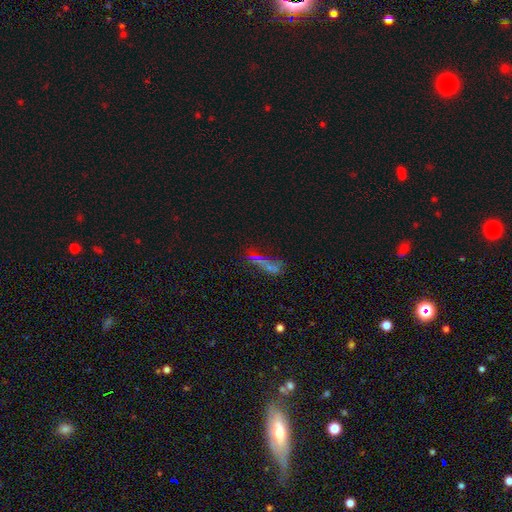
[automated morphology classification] smooth_or_featured: smooth (p=0.43) [alt: featured or disk p=0.30]
merging: none (p=0.40) [alt: major disturbance p=0.25]